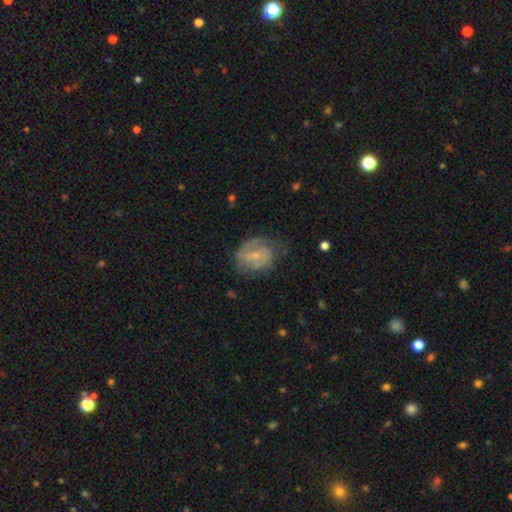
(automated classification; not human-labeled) This appears to be a featured or disk galaxy (68%) with a weak bar (46%), 2 (50%) medium (42%) spiral arms (83%) and a small central bulge (66%). Merging: none (57%).